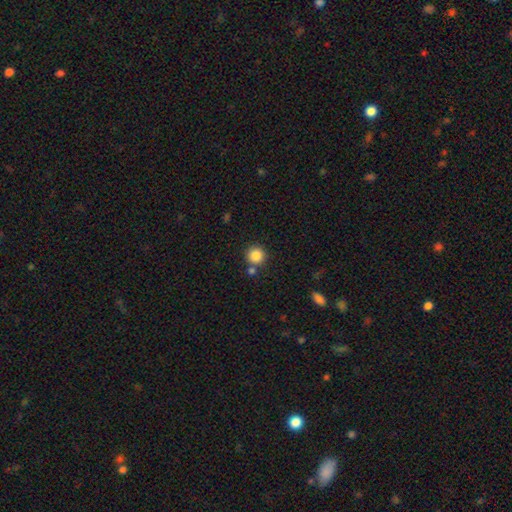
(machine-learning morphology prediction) Smooth or featured?
  - smooth: 86% *
  - star or artifact: 10%
  - featured or disk: 4%
How rounded?
  - round: 94% *
  - in between: 5%
  - cigar-shaped: 1%
Merging?
  - none: 77% *
  - merger: 13%
  - minor disturbance: 8%
  - major disturbance: 3%